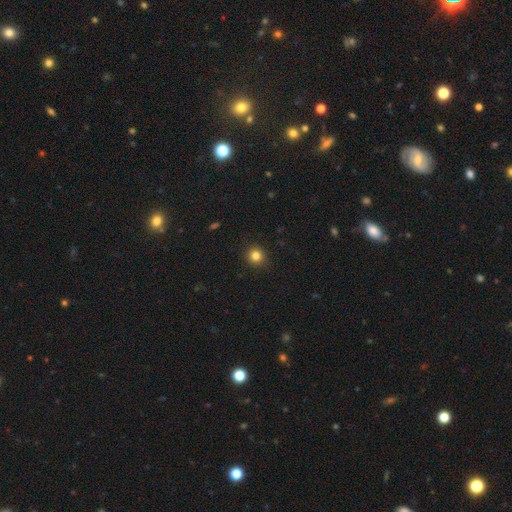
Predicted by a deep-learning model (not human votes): A smooth galaxy with no disk features (82%) that is round (93%). Merging: none (92%).